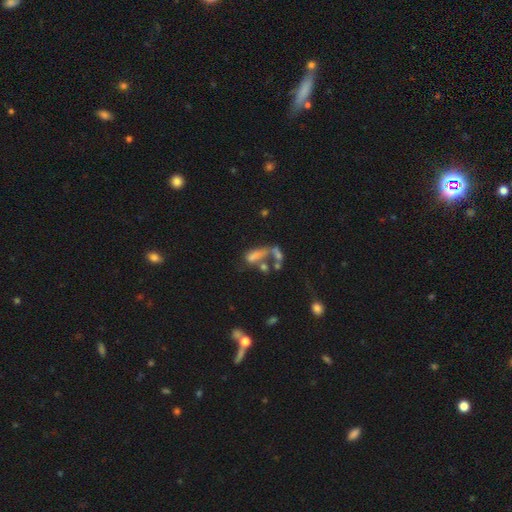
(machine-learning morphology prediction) smooth 58%, featured or disk 27%, star or artifact 16%. Down the decision tree: how rounded — in between (61%); merging — merger (39%).